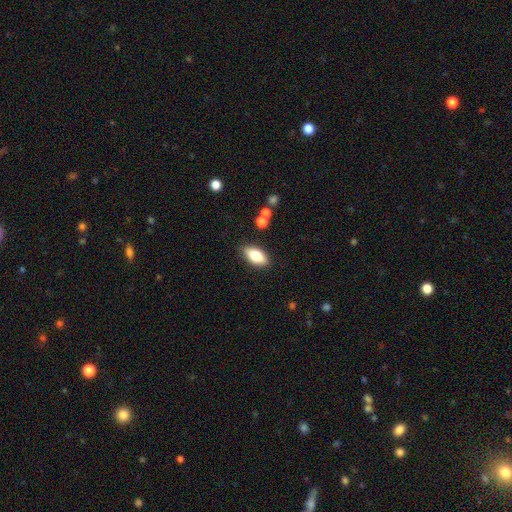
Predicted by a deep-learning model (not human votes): A smooth galaxy with no disk features (77%) that is in between round and cigar-shaped (88%).

Vote fractions:
- Smooth or featured? smooth: 77% / featured or disk: 15% / star or artifact: 8%
- How rounded? in between: 88% / cigar-shaped: 8% / round: 4%
- Merging? none: 86% / minor disturbance: 10% / major disturbance: 2% / merger: 2%